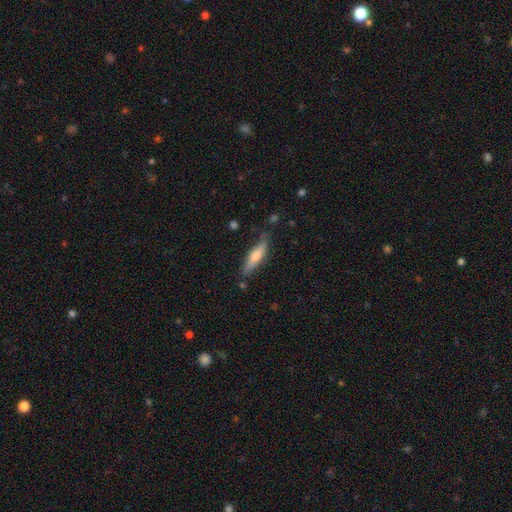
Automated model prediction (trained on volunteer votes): smooth_or_featured: smooth (p=0.49) [alt: featured or disk p=0.45]
merging: none (p=0.80) [alt: minor disturbance p=0.15]